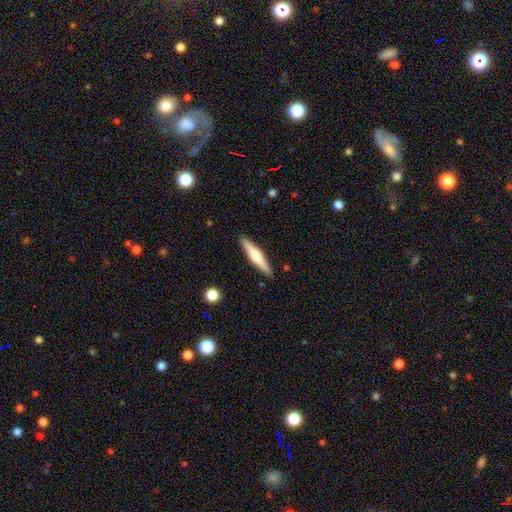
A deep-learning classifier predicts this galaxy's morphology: smooth-or-featured: featured or disk: 49% | smooth: 46% | star or artifact: 5%
  merging: none: 90% | minor disturbance: 7% | major disturbance: 2% | merger: 1%